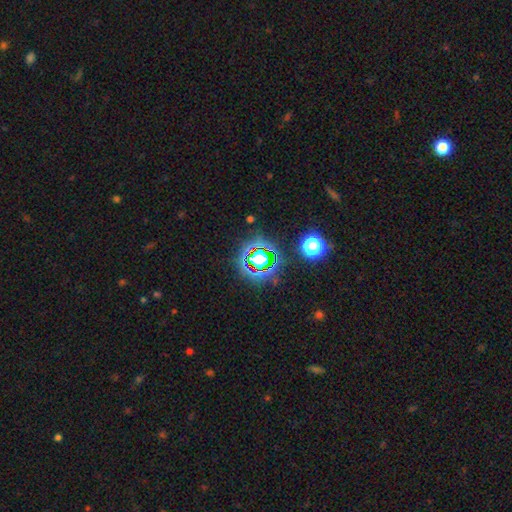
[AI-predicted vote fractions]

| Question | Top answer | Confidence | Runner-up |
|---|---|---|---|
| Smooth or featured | star or artifact | 77% | smooth (14%) |